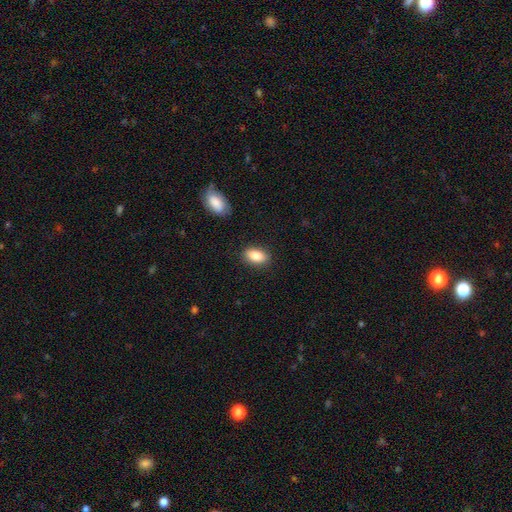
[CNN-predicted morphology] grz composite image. It shows a smooth galaxy with no disk features (87%) that is in between round and cigar-shaped (90%). Merging: none (86%).